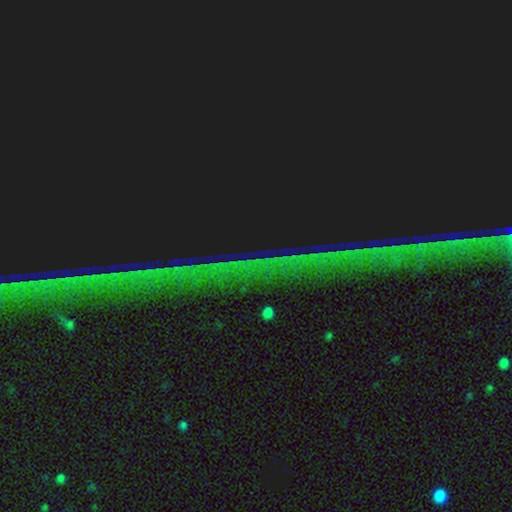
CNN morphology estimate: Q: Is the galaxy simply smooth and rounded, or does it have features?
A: star or artifact — 86%.